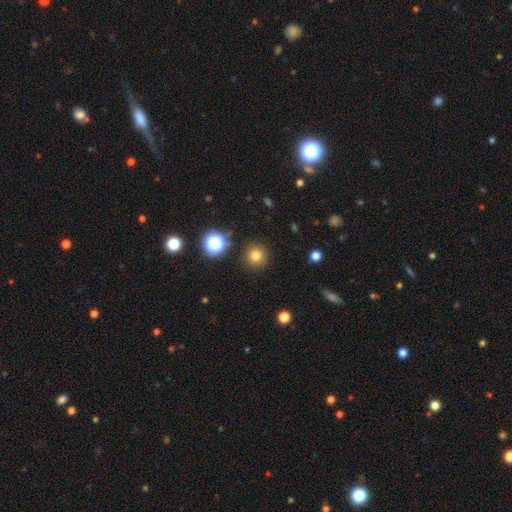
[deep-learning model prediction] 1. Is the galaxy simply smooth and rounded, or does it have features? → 77% smooth, 16% star or artifact, 6% featured or disk.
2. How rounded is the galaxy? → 95% round, 4% in between, 1% cigar-shaped.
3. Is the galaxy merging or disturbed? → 90% none, 6% minor disturbance, 3% major disturbance, 2% merger.